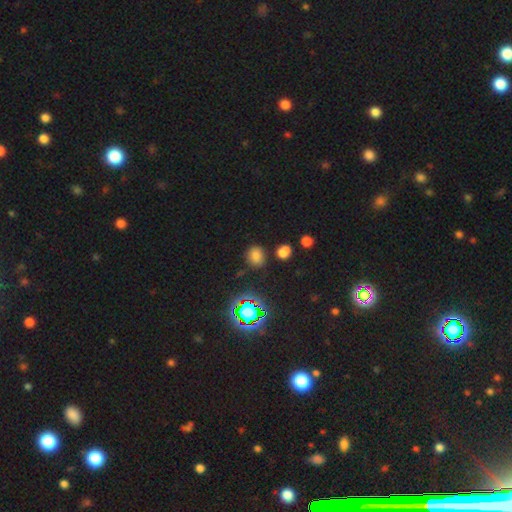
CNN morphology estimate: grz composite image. It shows a smooth galaxy with no disk features (73%) that is round (59%). Merging: none (80%).